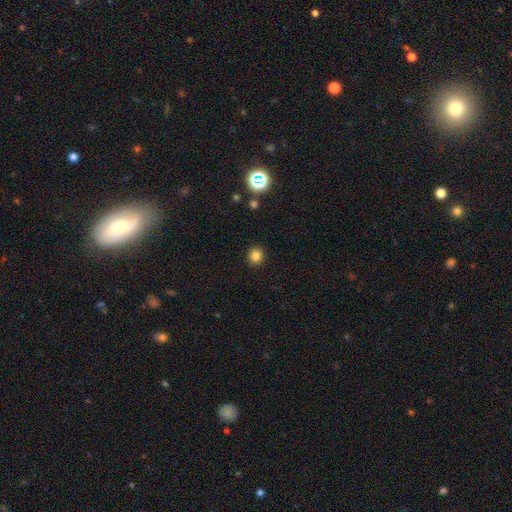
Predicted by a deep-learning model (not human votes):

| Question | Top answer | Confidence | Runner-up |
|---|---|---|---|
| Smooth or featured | smooth | 83% | star or artifact (13%) |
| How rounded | round | 82% | in between (17%) |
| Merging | none | 91% | minor disturbance (6%) |